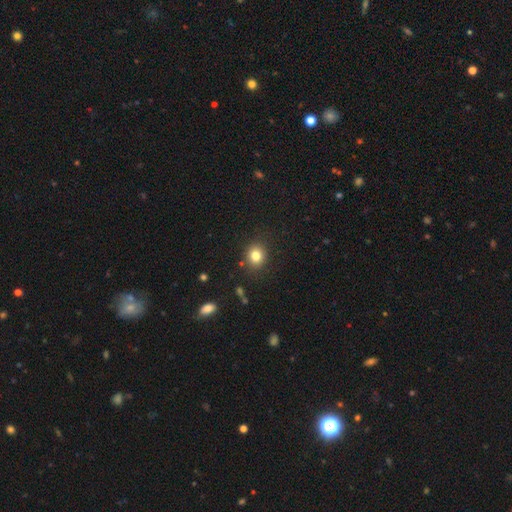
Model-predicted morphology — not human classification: The model was most divided on "how rounded": round: 70%, in between: 29%, cigar-shaped: 1%. More confident: merging — none (86%); smooth or featured — smooth (81%).